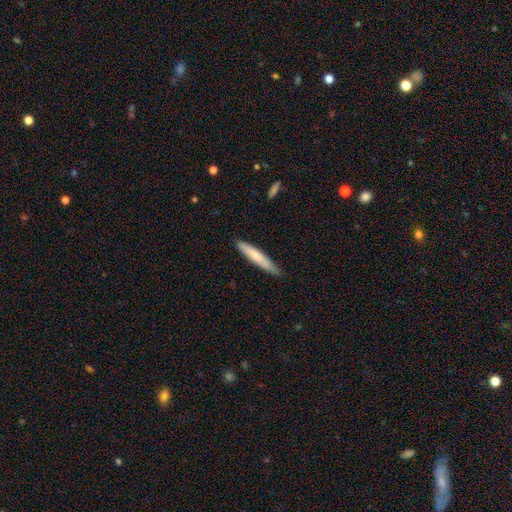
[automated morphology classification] This is likely a smooth galaxy (71%). How rounded: clearly cigar-shaped (92%). Merging: clearly none (80%).